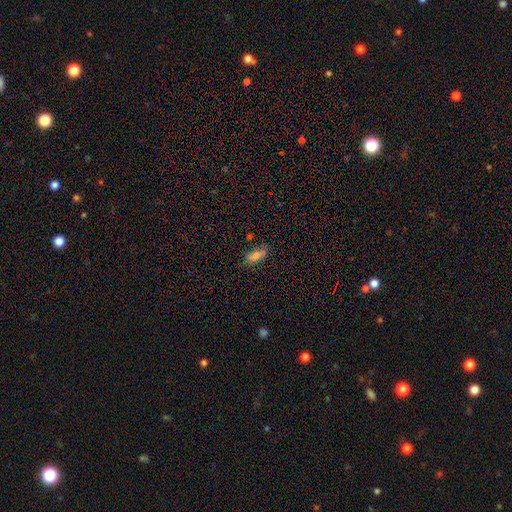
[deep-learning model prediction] Smooth or featured? smooth (70%)
How rounded? in between (76%)
Merging? none (63%)